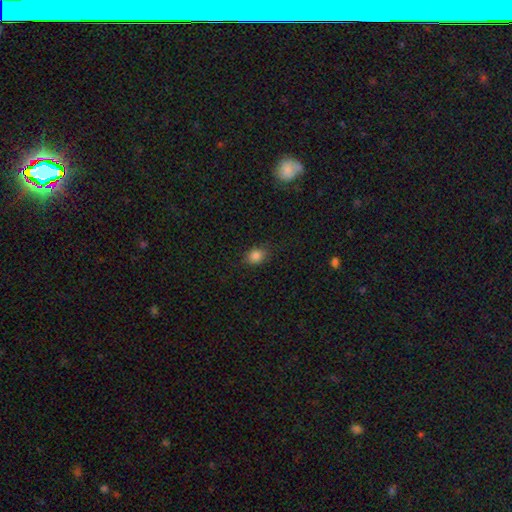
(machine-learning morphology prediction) Smooth or featured? smooth (84%)
How rounded? in between (50%)
Merging? none (81%)